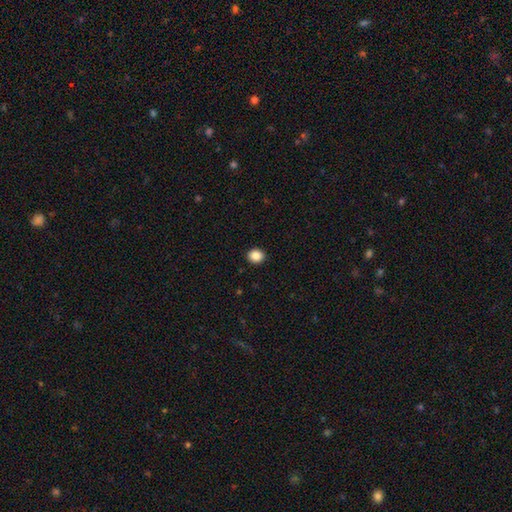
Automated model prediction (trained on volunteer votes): Overall: smooth (88%). How rounded: round (78%). Merging: none (92%).